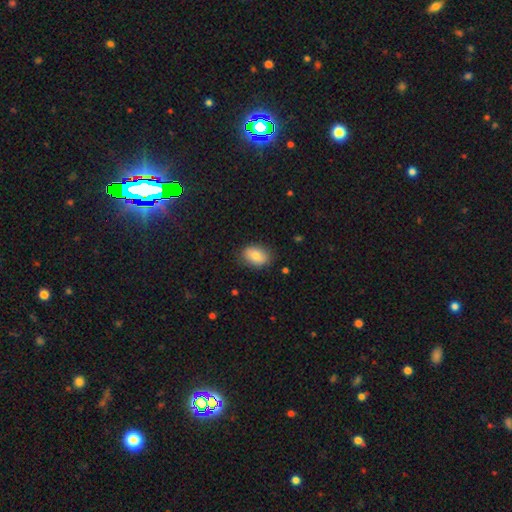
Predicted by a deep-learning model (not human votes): smooth_or_featured: smooth (p=0.79) [alt: featured or disk p=0.13]
how_rounded: in between (p=0.81) [alt: round p=0.18]
merging: none (p=0.84) [alt: minor disturbance p=0.13]